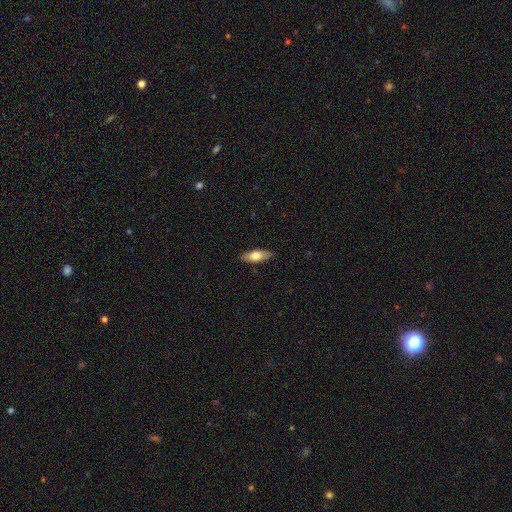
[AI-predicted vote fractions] Morphology: type=smooth (69%); roundness=in between (71%); merging=none (87%).